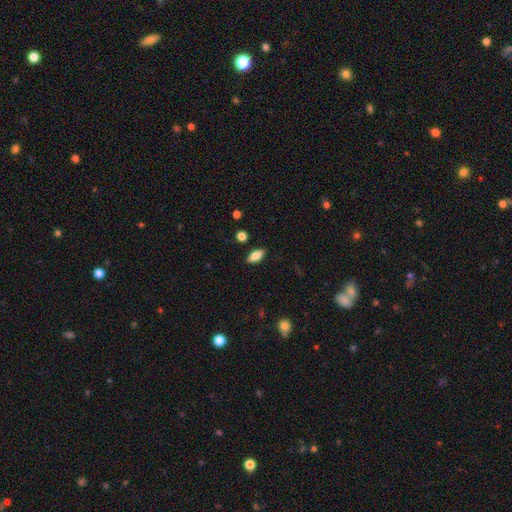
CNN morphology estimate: type=smooth (80%); roundness=in between (86%); merging=none (87%).